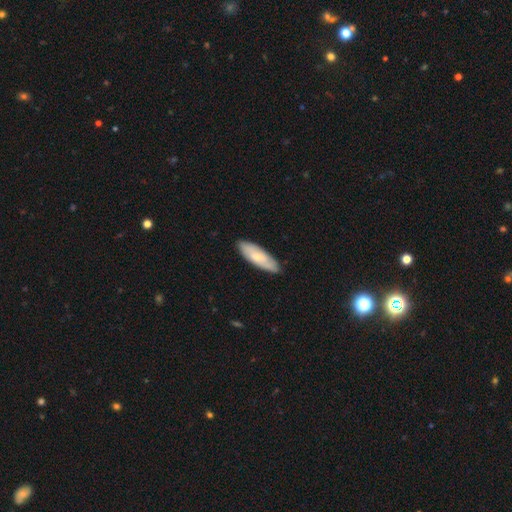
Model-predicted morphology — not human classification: Smooth or featured? smooth (67%)
How rounded? in between (58%)
Merging? none (86%)